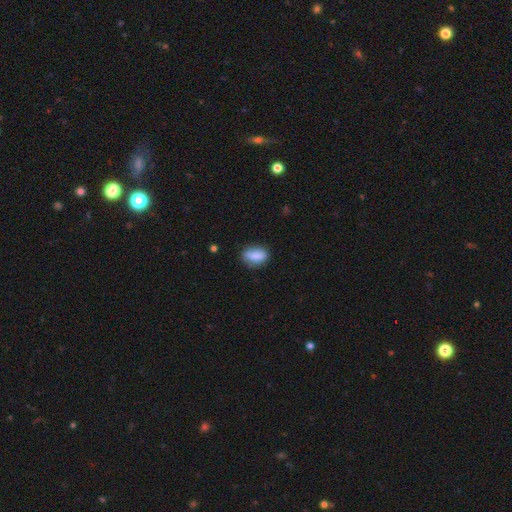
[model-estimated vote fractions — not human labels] Overall: smooth (83%). How rounded: in between (82%). Merging: none (74%).